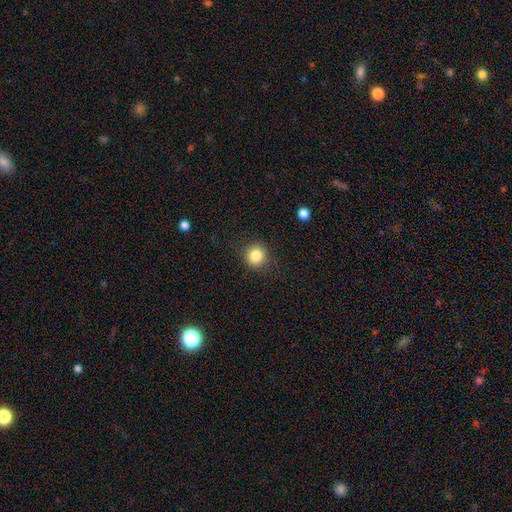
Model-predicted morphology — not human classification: Overall: smooth (84%). How rounded: round (90%). Merging: none (89%).